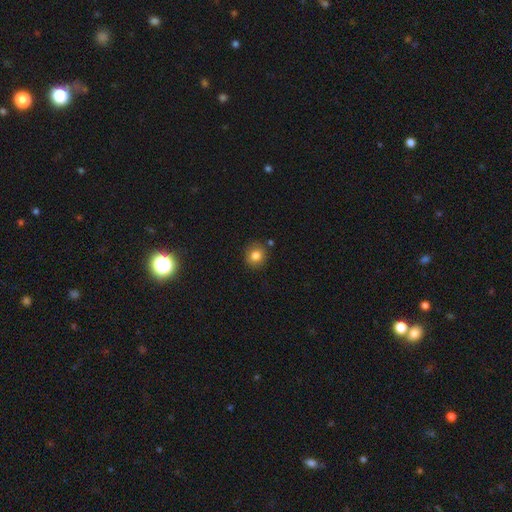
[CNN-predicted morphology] Smooth or featured: smooth — 81% (star or artifact — 10%)
How rounded: round — 84% (in between — 15%)
Merging: none — 84% (minor disturbance — 10%)